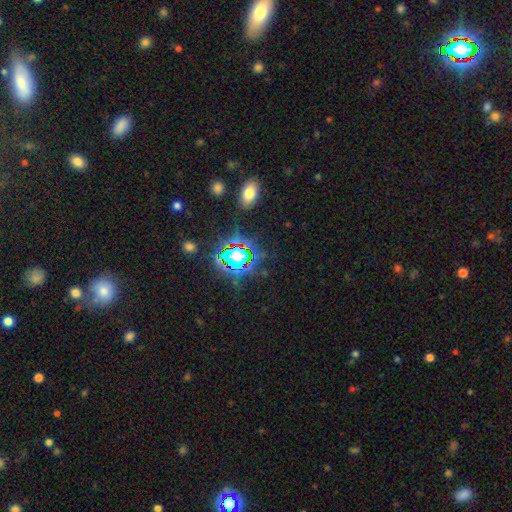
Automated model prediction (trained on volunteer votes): Smooth or featured: star or artifact — 72% (smooth — 18%)